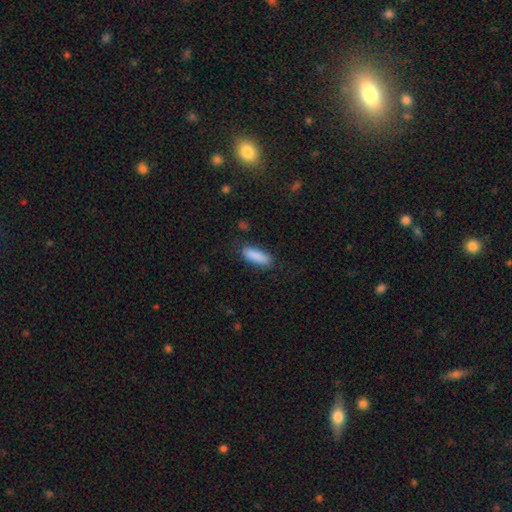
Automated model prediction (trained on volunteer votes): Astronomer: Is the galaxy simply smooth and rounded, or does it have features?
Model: smooth — 88%.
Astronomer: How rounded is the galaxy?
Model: in between — 56% (runner-up: cigar-shaped, 42%).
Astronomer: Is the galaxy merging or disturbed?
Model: none — 81%.